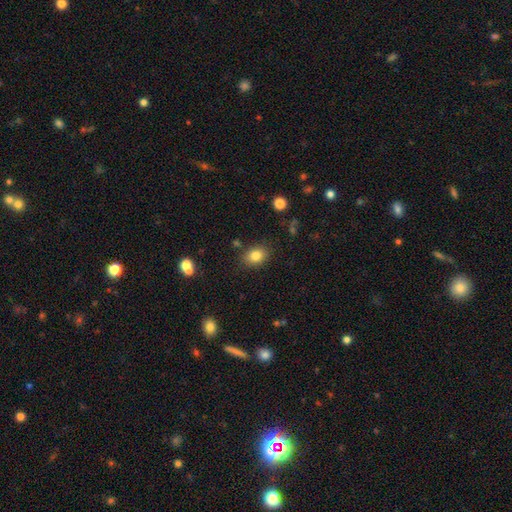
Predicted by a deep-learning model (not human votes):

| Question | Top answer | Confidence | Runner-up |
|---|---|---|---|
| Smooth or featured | smooth | 82% | star or artifact (10%) |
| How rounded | in between | 65% | round (34%) |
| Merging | none | 83% | minor disturbance (11%) |